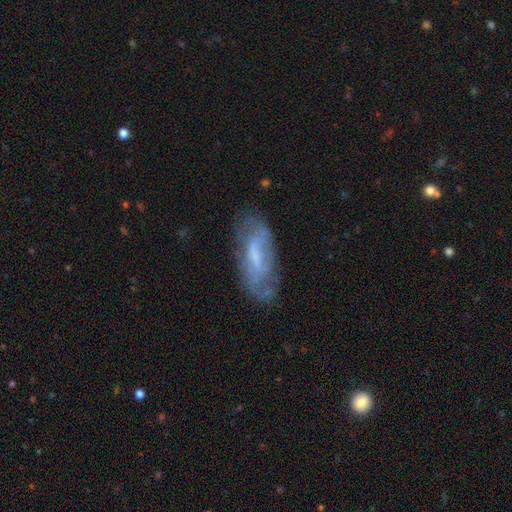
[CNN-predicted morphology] This appears to be a featured or disk galaxy (58%) with a weak bar (47%), spiral arms (61%) and a small central bulge (34%). Merging: none (64%).